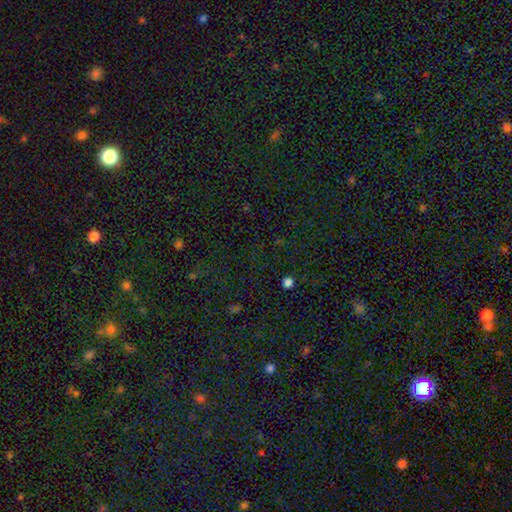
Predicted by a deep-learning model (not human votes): This is likely a star or artifact rather than a galaxy (75%).